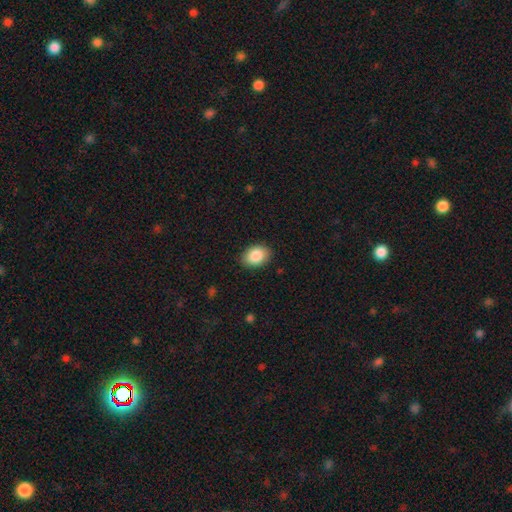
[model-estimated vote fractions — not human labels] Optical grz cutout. It shows a smooth galaxy with no disk features (88%) that is in between round and cigar-shaped (78%). Merging: none (88%).